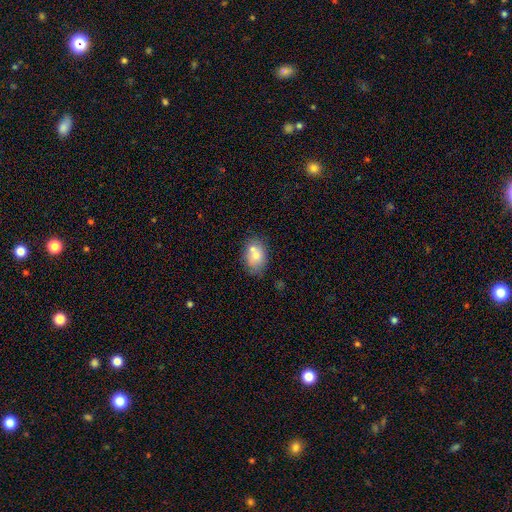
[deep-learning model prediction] smooth_or_featured: smooth (p=0.73) [alt: featured or disk p=0.18]
how_rounded: in between (p=0.77) [alt: round p=0.22]
merging: none (p=0.56) [alt: merger p=0.24]